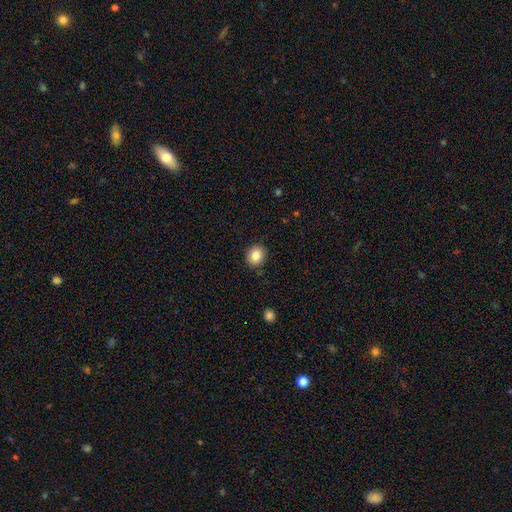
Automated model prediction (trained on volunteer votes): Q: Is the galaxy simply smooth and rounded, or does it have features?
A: smooth — 85%.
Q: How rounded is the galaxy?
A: round — 72%.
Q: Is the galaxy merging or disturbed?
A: none — 89%.